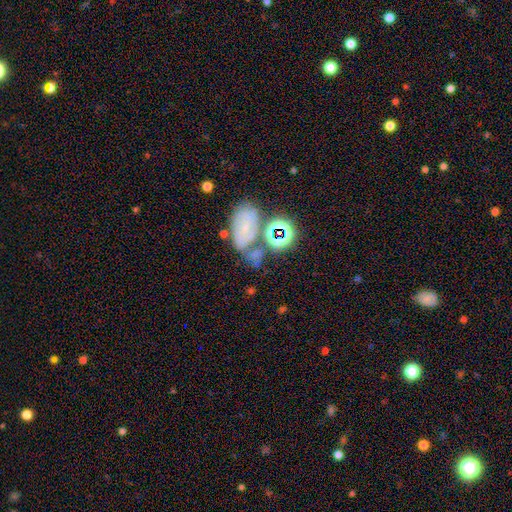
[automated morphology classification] This appears to be a smooth galaxy with no disk features (44%). Merging: none (46%).